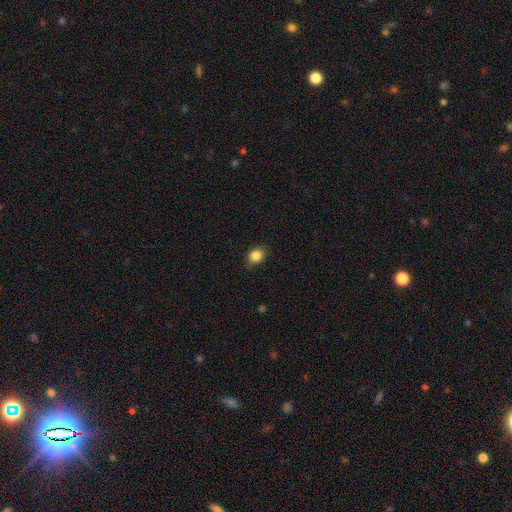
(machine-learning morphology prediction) Smooth or featured? Predicted: smooth (p=0.85). How rounded? Predicted: round (p=0.59). Merging? Predicted: none (p=0.81).